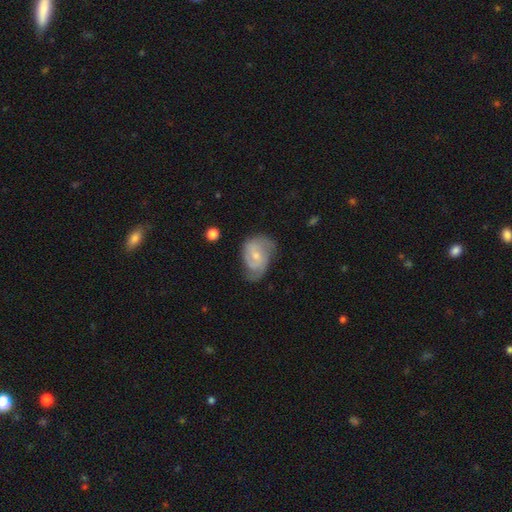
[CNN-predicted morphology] The model was most divided on "spiral winding": medium: 46%, tight: 34%, loose: 20%. More confident: edge-on disk — no (97%); spiral arms — yes (91%); smooth or featured — featured or disk (72%); bulge size — small (62%); spiral arm count — 2 (59%); bar — no (54%); merging — none (52%).